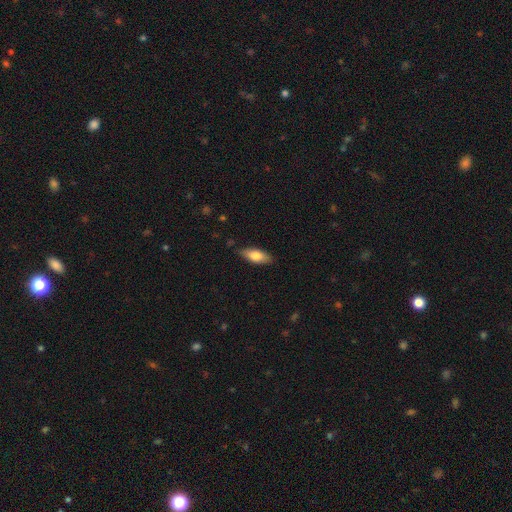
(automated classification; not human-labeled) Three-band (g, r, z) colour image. It shows a smooth galaxy with no disk features (74%) that is in between round and cigar-shaped (75%). Merging: none (84%).